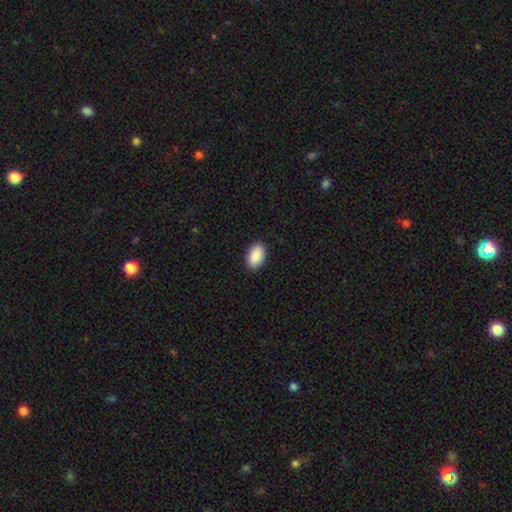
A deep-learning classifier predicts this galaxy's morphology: This appears to be a smooth galaxy with no disk features (91%) that is in between round and cigar-shaped (94%). Merging: none (90%).